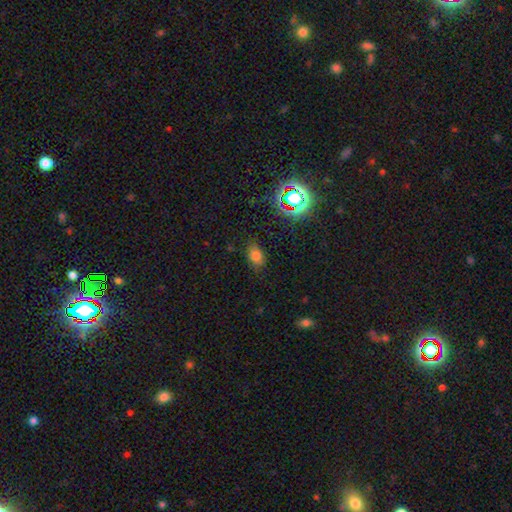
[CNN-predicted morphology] Q: Smooth or featured?
A: smooth (72%); runner-up: star or artifact (21%)
Q: How rounded?
A: in between (83%); runner-up: round (15%)
Q: Merging?
A: none (80%); runner-up: minor disturbance (14%)